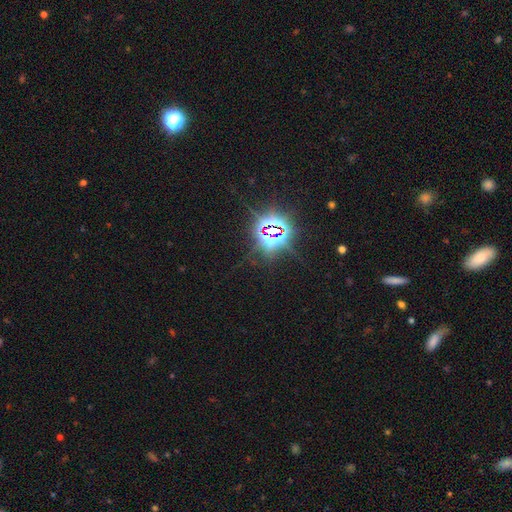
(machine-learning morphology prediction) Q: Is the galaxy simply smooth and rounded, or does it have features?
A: star or artifact — 79%.